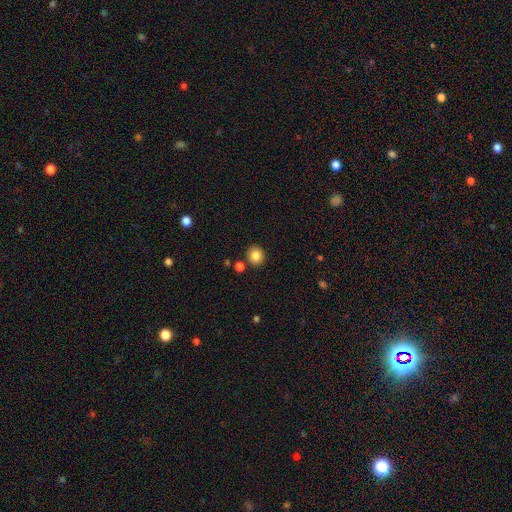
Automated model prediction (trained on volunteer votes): This is clearly a smooth galaxy (85%). How rounded: clearly round (84%). Merging: clearly none (84%).